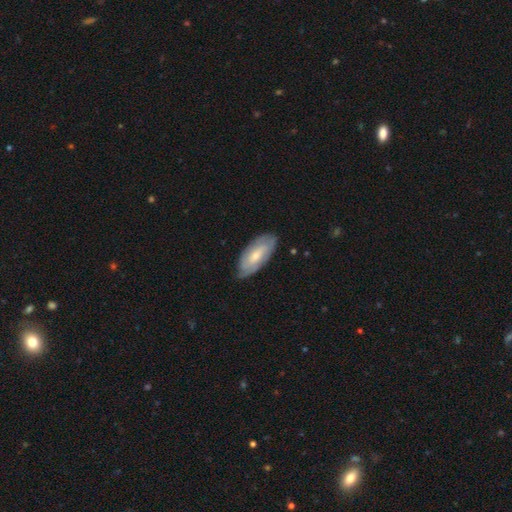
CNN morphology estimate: Smooth or featured: smooth — 48% (featured or disk — 47%)
Merging: none — 75% (minor disturbance — 20%)